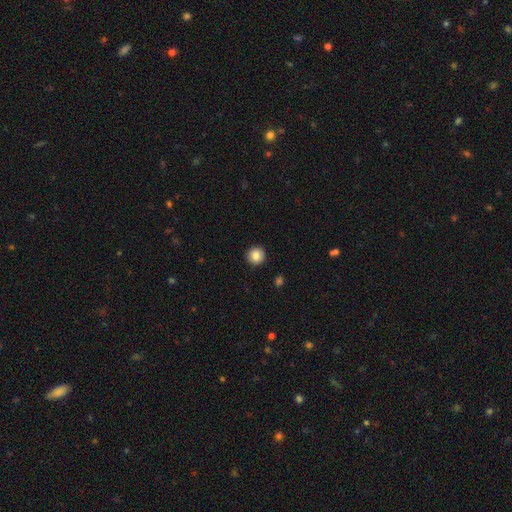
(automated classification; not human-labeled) The model was most divided on "smooth or featured": smooth: 86%, star or artifact: 9%, featured or disk: 5%. More confident: how rounded — round (95%); merging — none (93%).